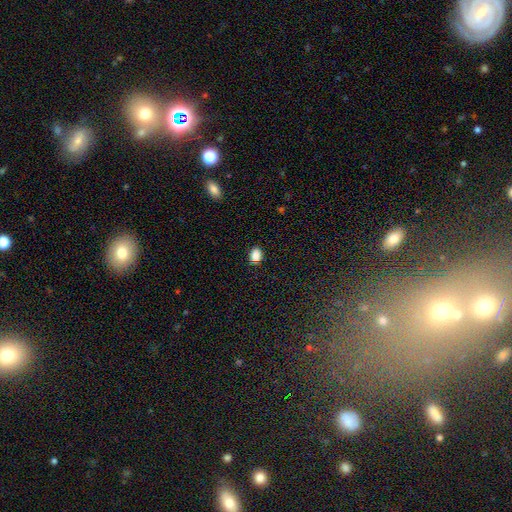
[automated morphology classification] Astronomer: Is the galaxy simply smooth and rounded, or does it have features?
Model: smooth — 80%.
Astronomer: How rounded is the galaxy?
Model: in between — 61% (runner-up: round, 37%).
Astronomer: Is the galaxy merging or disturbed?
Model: none — 81%.